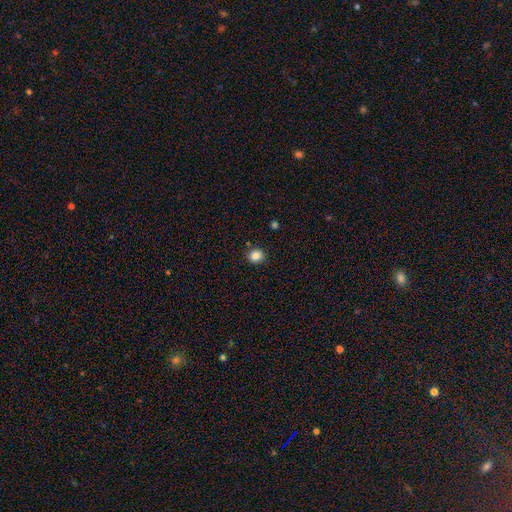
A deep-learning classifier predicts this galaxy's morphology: Overall: smooth (85%). How rounded: round (84%). Merging: none (90%).